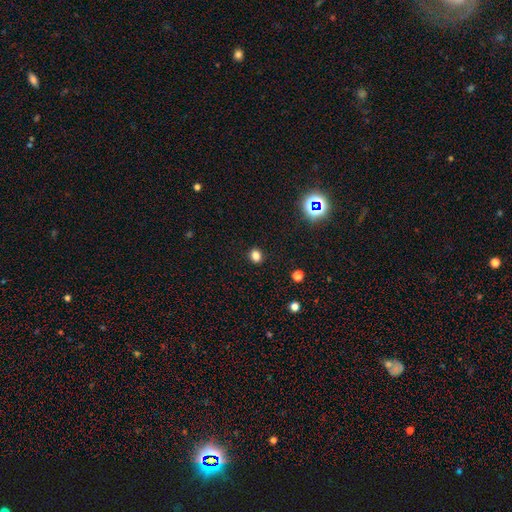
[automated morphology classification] Smooth or featured: smooth — 80% (star or artifact — 16%)
How rounded: round — 61% (in between — 38%)
Merging: none — 89% (minor disturbance — 7%)